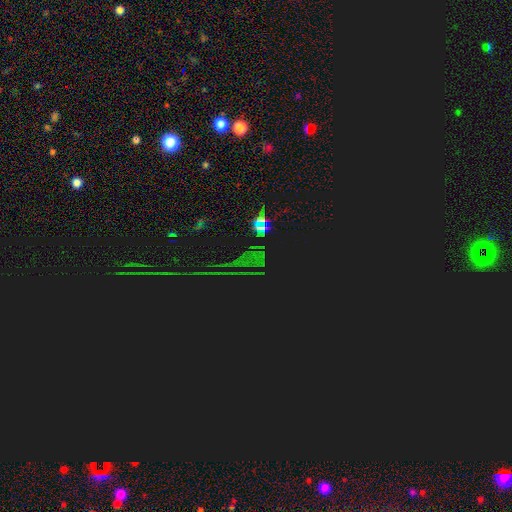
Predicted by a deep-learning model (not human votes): Smooth or featured?
  - star or artifact: 79% *
  - smooth: 13%
  - featured or disk: 8%